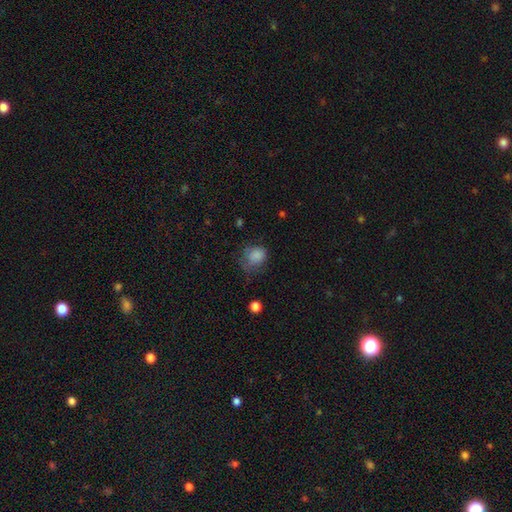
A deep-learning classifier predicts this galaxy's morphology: Overall: smooth (82%). How rounded: round (59%; in between 40%). Merging: none (44%; minor disturbance 34%).